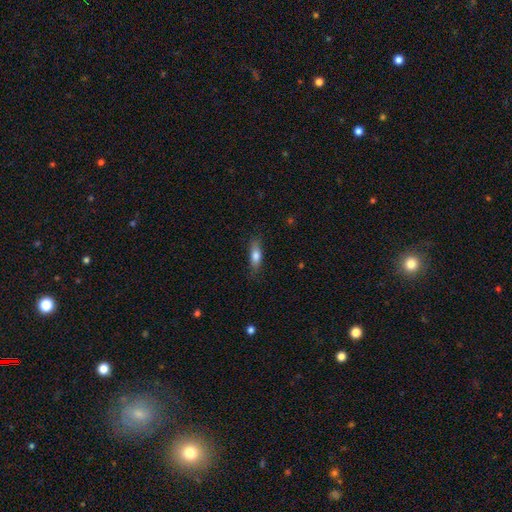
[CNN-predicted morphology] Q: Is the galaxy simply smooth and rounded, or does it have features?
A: smooth — 76%.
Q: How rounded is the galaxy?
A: in between — 56%.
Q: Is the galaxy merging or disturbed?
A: none — 80%.